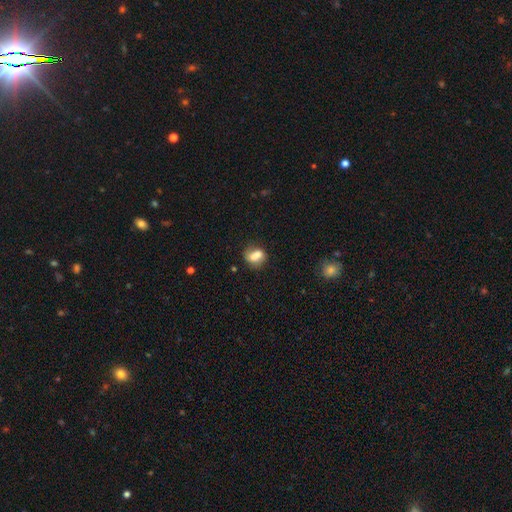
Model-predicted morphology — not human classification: Smooth or featured: smooth — 71% (featured or disk — 20%)
How rounded: in between — 54% (round — 43%)
Merging: none — 41% (merger — 35%)